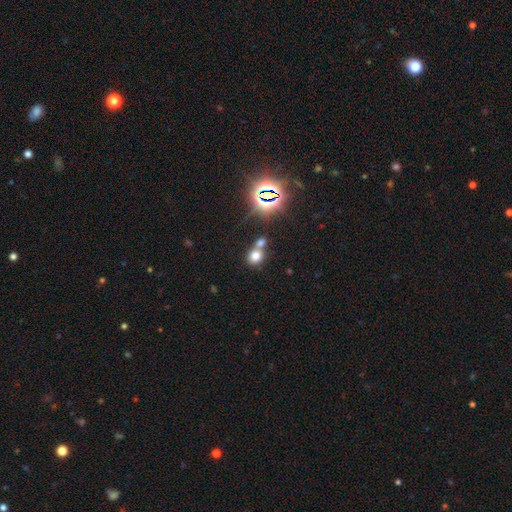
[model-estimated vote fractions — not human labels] smooth_or_featured: smooth (p=0.70) [alt: star or artifact p=0.20]
how_rounded: round (p=0.79) [alt: in between p=0.20]
merging: none (p=0.47) [alt: merger p=0.42]